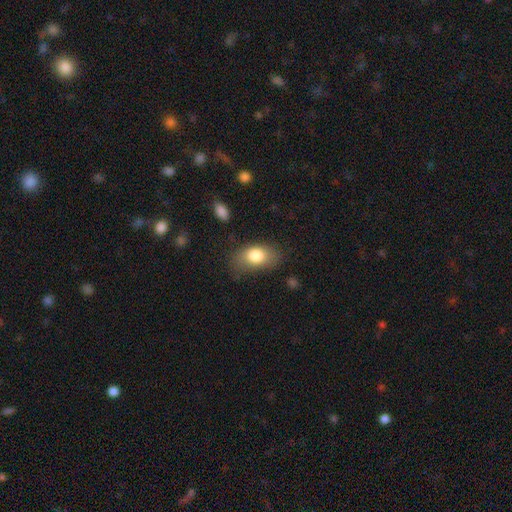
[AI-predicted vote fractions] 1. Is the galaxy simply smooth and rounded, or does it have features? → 81% smooth, 11% featured or disk, 8% star or artifact.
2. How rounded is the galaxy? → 88% in between, 10% round, 2% cigar-shaped.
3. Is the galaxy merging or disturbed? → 70% none, 21% minor disturbance, 7% major disturbance, 2% merger.